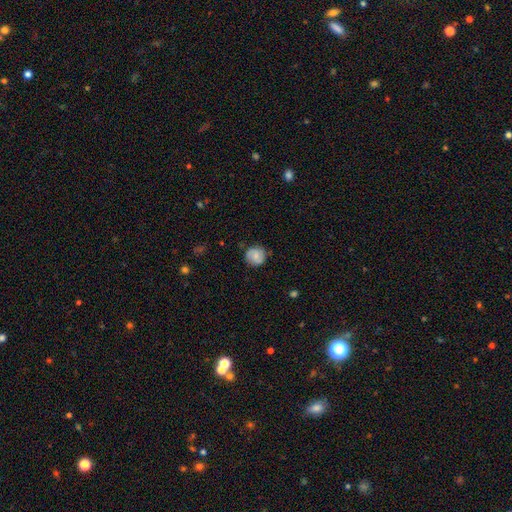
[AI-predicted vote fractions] Smooth or featured: smooth — 61% (featured or disk — 31%)
How rounded: round — 88% (in between — 11%)
Merging: none — 78% (minor disturbance — 17%)